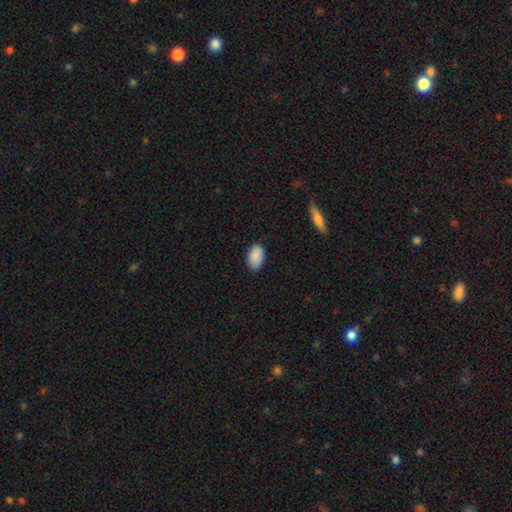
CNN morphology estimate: This appears to be a smooth galaxy with no disk features (90%) that is in between round and cigar-shaped (93%). Merging: none (86%).